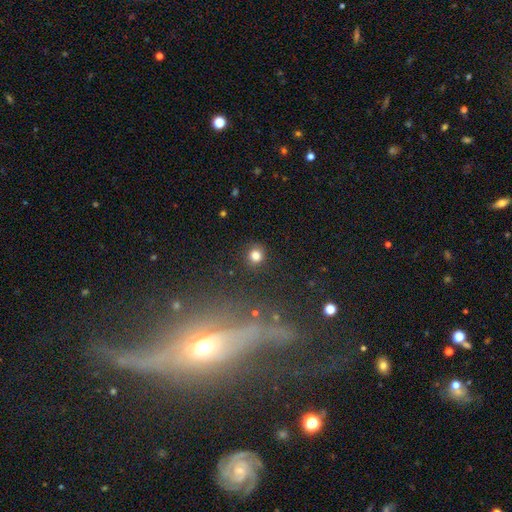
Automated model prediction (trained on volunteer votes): This appears to be a smooth galaxy with no disk features (81%) that is round (90%). Merging: none (89%).